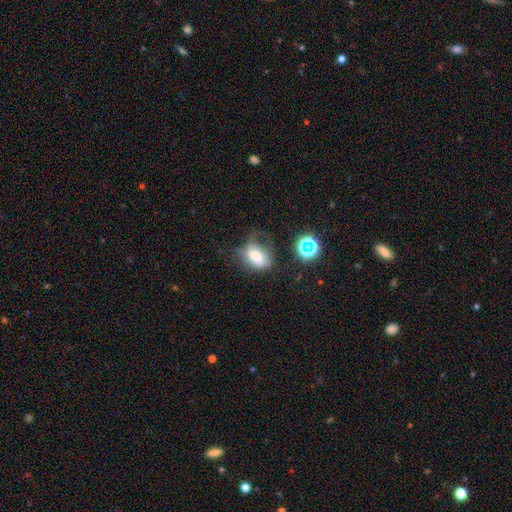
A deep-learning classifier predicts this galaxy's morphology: smooth-or-featured: smooth: 67% | featured or disk: 20% | star or artifact: 13%
  how-rounded: in between: 81% | round: 17% | cigar-shaped: 2%
  merging: none: 39% | minor disturbance: 32% | major disturbance: 25% | merger: 5%